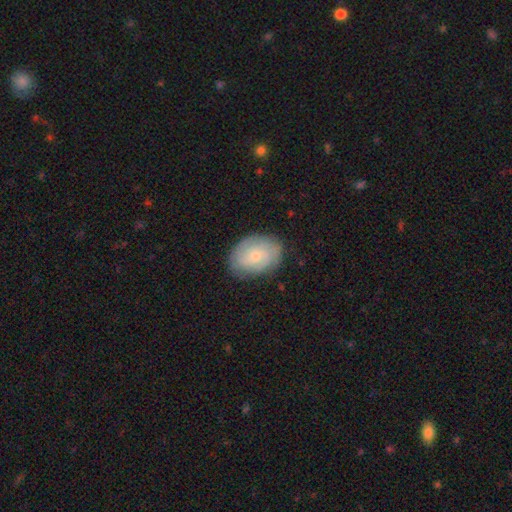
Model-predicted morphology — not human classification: This appears to be a featured or disk galaxy (63%) with no bar (73%), tight (62%) spiral arms (89%) and a small central bulge (71%). Merging: none (81%).